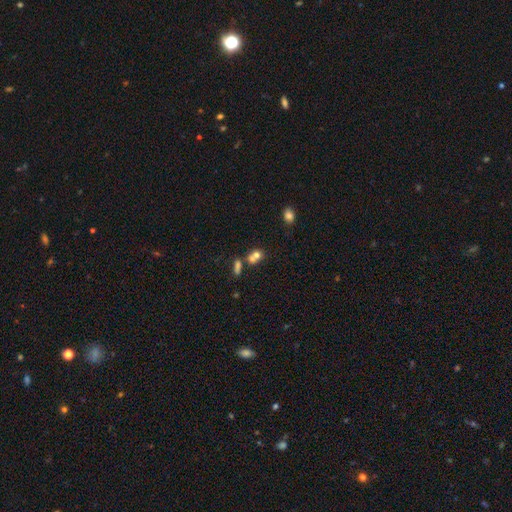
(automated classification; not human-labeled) Smooth or featured?
  - smooth: 71% *
  - featured or disk: 15%
  - star or artifact: 14%
How rounded?
  - round: 60% *
  - in between: 37%
  - cigar-shaped: 3%
Merging?
  - merger: 52% *
  - none: 35%
  - minor disturbance: 8%
  - major disturbance: 5%